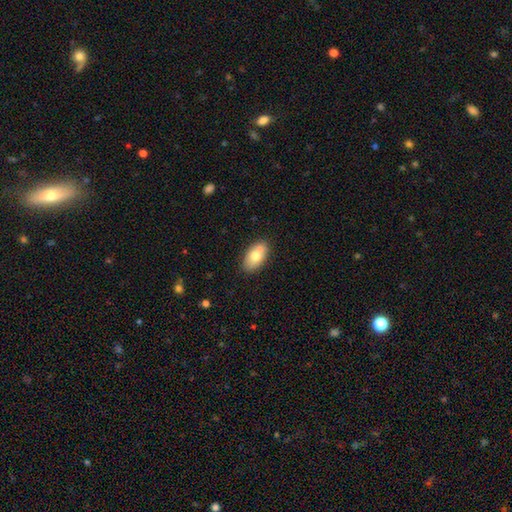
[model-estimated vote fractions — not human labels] This appears to be a smooth galaxy with no disk features (71%) that is in between round and cigar-shaped (91%). Merging: none (66%).